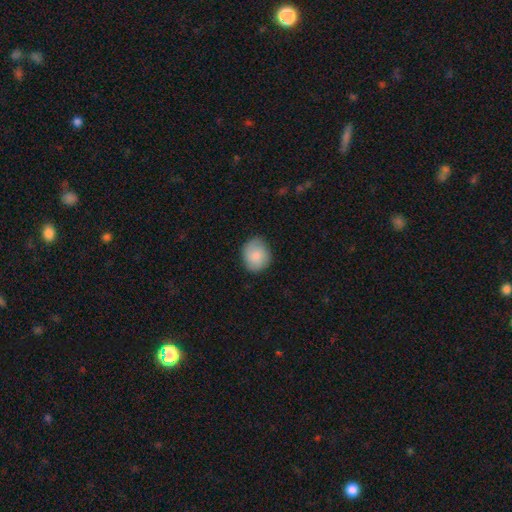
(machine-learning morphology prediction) A smooth galaxy with no disk features (84%) that is round (65%).

Vote fractions:
- Smooth or featured? smooth: 84% / featured or disk: 9% / star or artifact: 6%
- How rounded? round: 65% / in between: 34% / cigar-shaped: 1%
- Merging? none: 82% / minor disturbance: 14% / major disturbance: 3% / merger: 1%